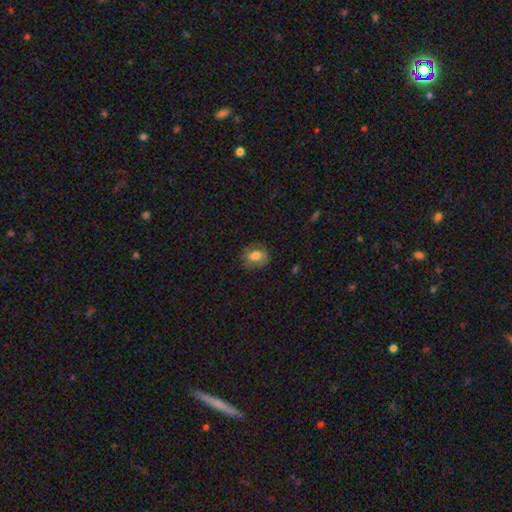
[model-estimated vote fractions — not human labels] smooth-or-featured: smooth: 69% | featured or disk: 23% | star or artifact: 9%
  how-rounded: round: 55% | in between: 43% | cigar-shaped: 1%
  merging: none: 78% | minor disturbance: 16% | major disturbance: 5% | merger: 1%